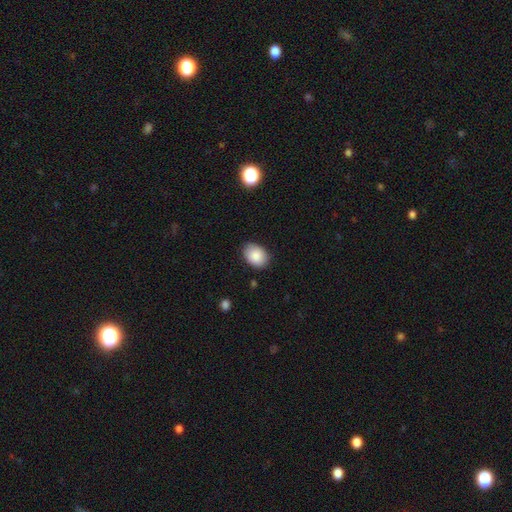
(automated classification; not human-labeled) Overall: smooth (87%). How rounded: in between (78%). Merging: none (82%).